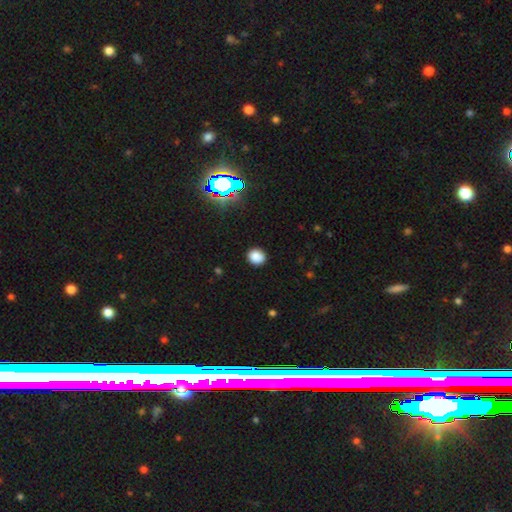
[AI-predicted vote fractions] smooth 83%, star or artifact 13%, featured or disk 4%. Down the decision tree: how rounded — round (80%); merging — none (90%).